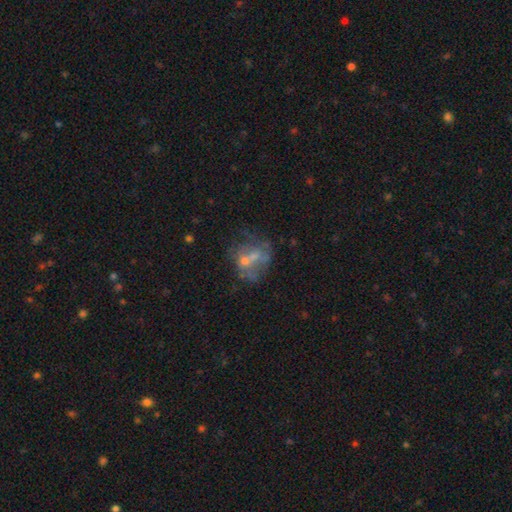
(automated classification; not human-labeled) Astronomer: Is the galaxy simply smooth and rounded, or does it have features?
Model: featured or disk — 52% (runner-up: smooth, 34%).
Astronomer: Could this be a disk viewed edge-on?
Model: no — 97%.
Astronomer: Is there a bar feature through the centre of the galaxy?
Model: no — 81%.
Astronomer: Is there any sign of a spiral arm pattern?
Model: no — 89%.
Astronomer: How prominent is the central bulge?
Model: small — 38% (runner-up: moderate, 32%).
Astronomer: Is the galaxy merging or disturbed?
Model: none — 34% (runner-up: merger, 31%).